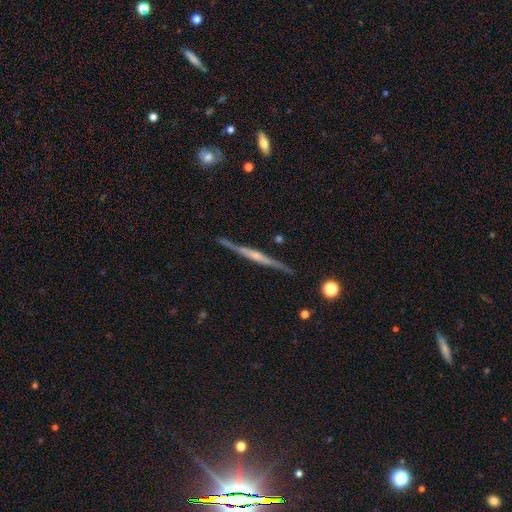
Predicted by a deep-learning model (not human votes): The model was most divided on "edge-on bulge": rounded: 52%, none: 35%, boxy: 13%. More confident: edge-on disk — yes (97%); merging — none (87%); smooth or featured — featured or disk (78%).